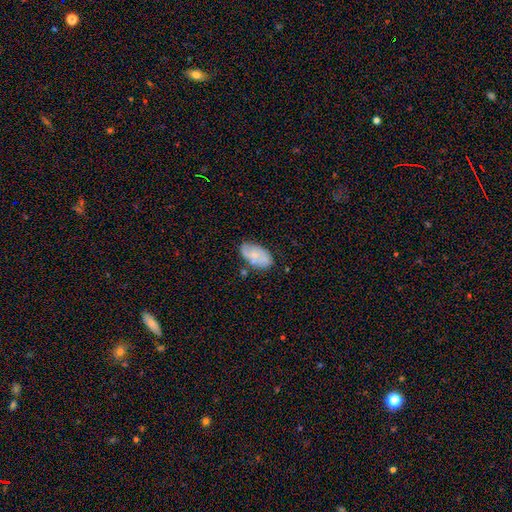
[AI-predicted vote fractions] Smooth or featured?
  - smooth: 53% *
  - featured or disk: 40%
  - star or artifact: 7%
How rounded?
  - in between: 93% *
  - round: 5%
  - cigar-shaped: 2%
Merging?
  - none: 65% *
  - minor disturbance: 22%
  - merger: 7%
  - major disturbance: 6%